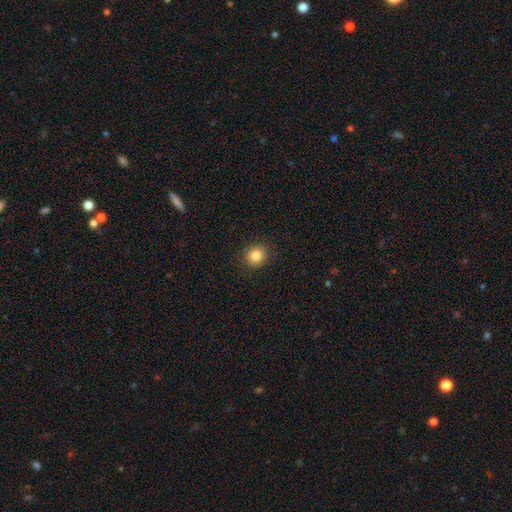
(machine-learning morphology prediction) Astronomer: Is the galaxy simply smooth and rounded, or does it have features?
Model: smooth — 84%.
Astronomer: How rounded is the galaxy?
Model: round — 86%.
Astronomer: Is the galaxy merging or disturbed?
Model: none — 90%.